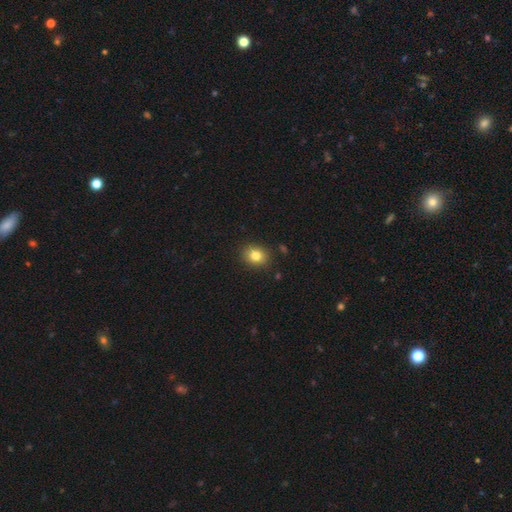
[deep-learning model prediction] Smooth or featured? Predicted: smooth (p=0.82). How rounded? Predicted: round (p=0.55). Merging? Predicted: none (p=0.88).